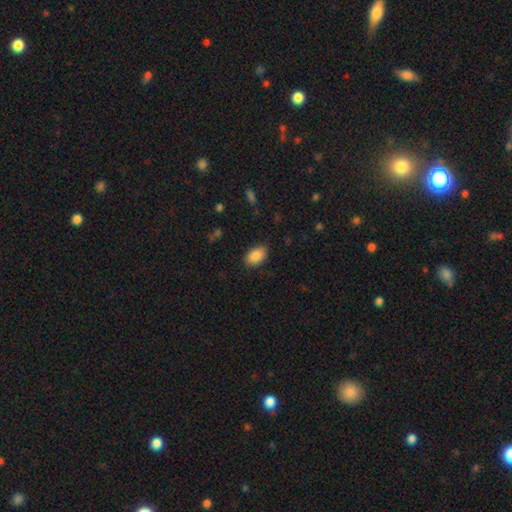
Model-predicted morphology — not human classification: This is clearly a smooth galaxy (87%). How rounded: clearly in between (90%). Merging: clearly none (84%).